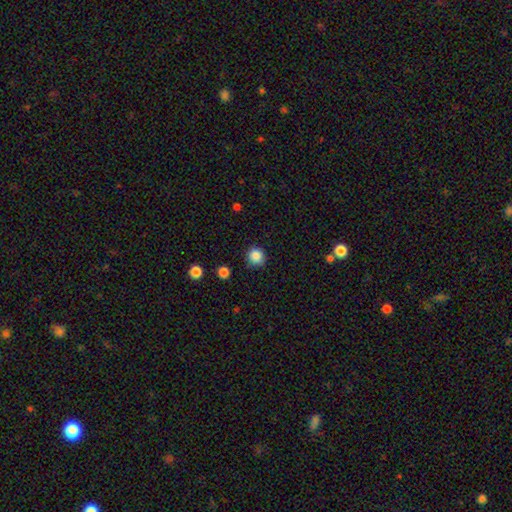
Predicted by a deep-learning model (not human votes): Overall: smooth (86%). How rounded: round (92%). Merging: none (88%).